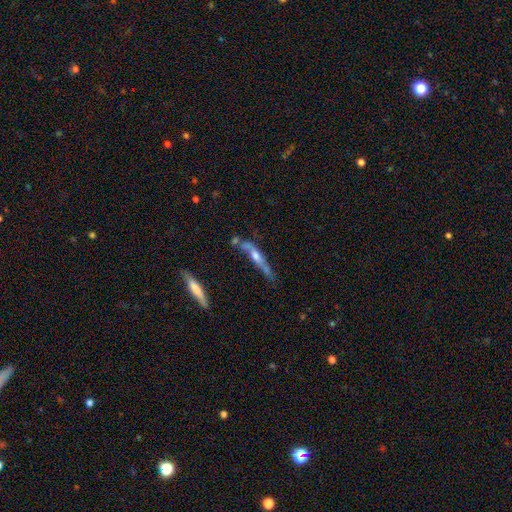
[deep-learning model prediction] Smooth or featured? Predicted: featured or disk (p=0.64). Edge-on disk? Predicted: yes (p=0.82). Edge-on bulge? Predicted: rounded (p=0.74). Merging? Predicted: none (p=0.53).